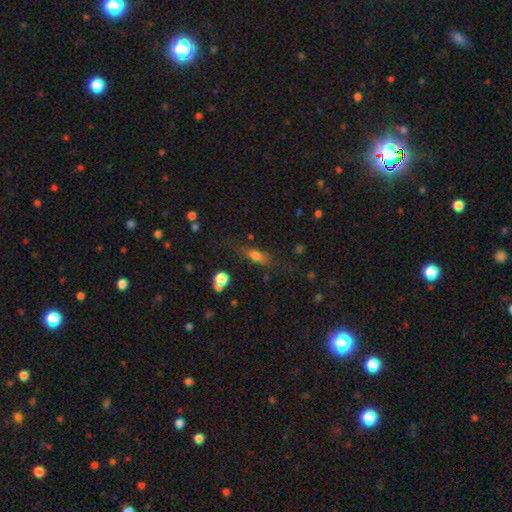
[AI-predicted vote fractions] Smooth or featured?
  - smooth: 64% *
  - featured or disk: 24%
  - star or artifact: 12%
How rounded?
  - in between: 51% *
  - cigar-shaped: 40%
  - round: 9%
Merging?
  - none: 66% *
  - minor disturbance: 21%
  - major disturbance: 10%
  - merger: 4%